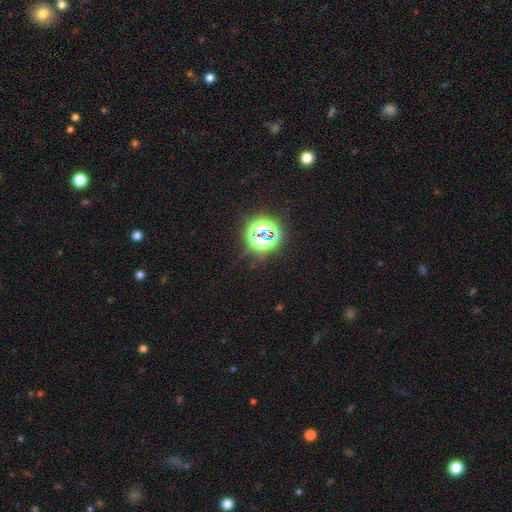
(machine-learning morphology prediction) Smooth or featured? star or artifact (76%)